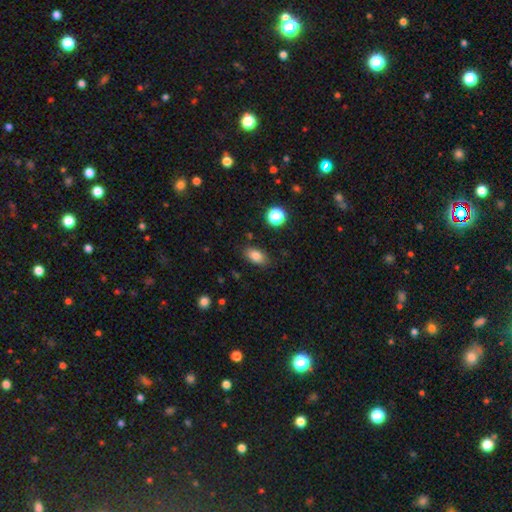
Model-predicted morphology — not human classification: smooth 82%, star or artifact 10%, featured or disk 7%. Down the decision tree: how rounded — in between (88%); merging — none (84%).